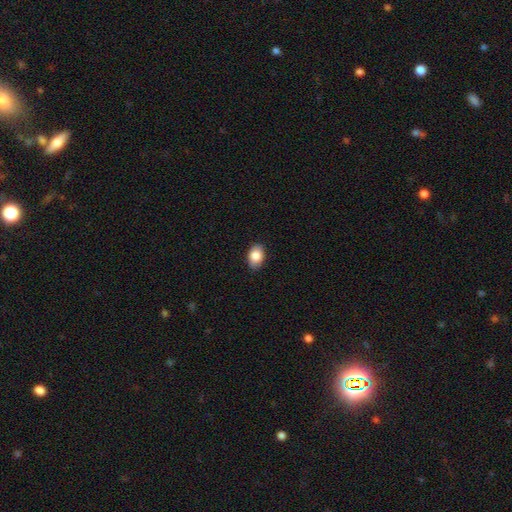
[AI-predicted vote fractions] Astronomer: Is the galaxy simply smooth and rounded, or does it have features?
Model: smooth — 86%.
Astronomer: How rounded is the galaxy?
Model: in between — 81%.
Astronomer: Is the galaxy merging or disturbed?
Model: none — 87%.